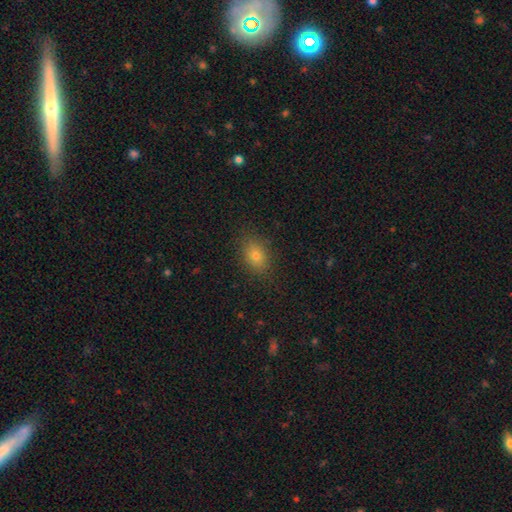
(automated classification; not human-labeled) This appears to be a smooth galaxy with no disk features (76%) that is in between round and cigar-shaped (74%). Merging: none (85%).